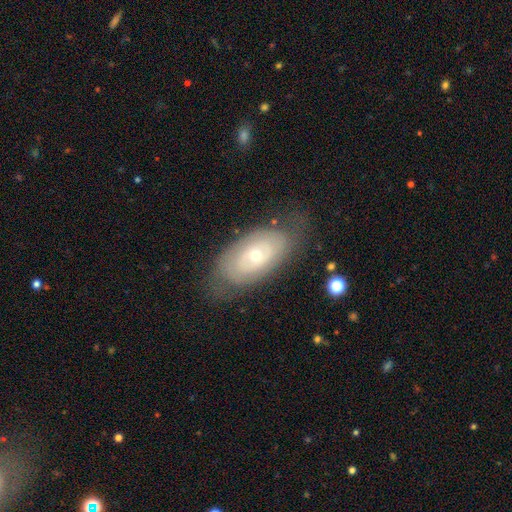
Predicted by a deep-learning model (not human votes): The model was most divided on "spiral arms": no: 55%, yes: 45%. More confident: edge-on disk — no (90%); bar — no (88%); merging — none (73%); smooth or featured — featured or disk (61%); bulge size — small (57%).